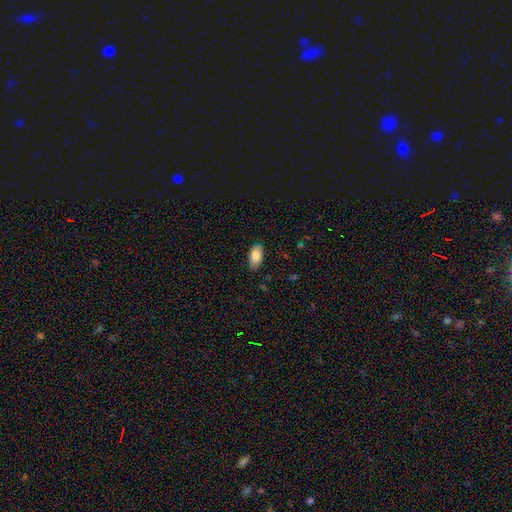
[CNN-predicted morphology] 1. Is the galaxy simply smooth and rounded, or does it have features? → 86% smooth, 7% featured or disk, 6% star or artifact.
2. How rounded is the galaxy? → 94% in between, 3% cigar-shaped, 3% round.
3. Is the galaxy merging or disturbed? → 84% none, 12% minor disturbance, 2% major disturbance, 1% merger.